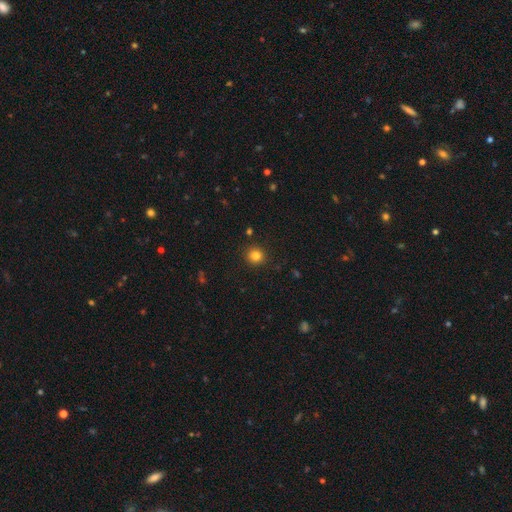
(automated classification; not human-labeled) Morphology: type=smooth (82%); roundness=round (92%); merging=none (91%).